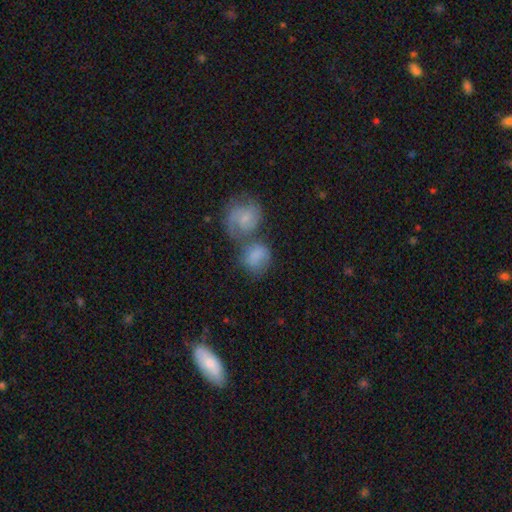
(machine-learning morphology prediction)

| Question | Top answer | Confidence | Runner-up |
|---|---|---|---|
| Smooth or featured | smooth | 66% | featured or disk (26%) |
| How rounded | round | 59% | in between (39%) |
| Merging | merger | 50% | none (29%) |